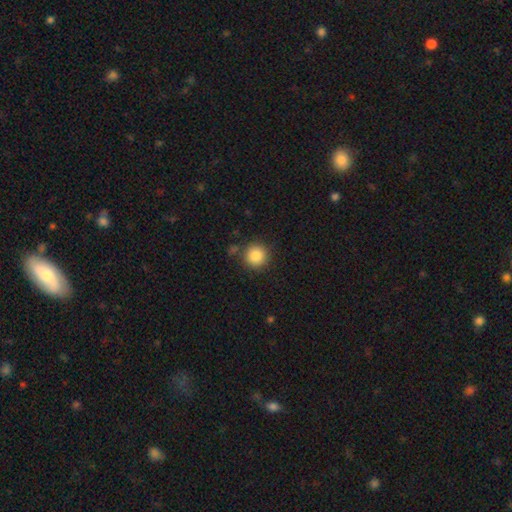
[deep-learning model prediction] This appears to be a smooth galaxy with no disk features (87%) that is round (94%). Merging: none (84%).